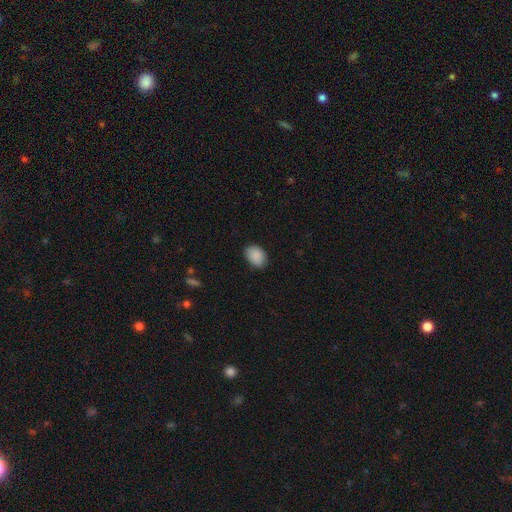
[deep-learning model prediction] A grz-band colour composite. It shows a smooth galaxy with no disk features (90%) that is in between round and cigar-shaped (78%). Merging: none (85%).